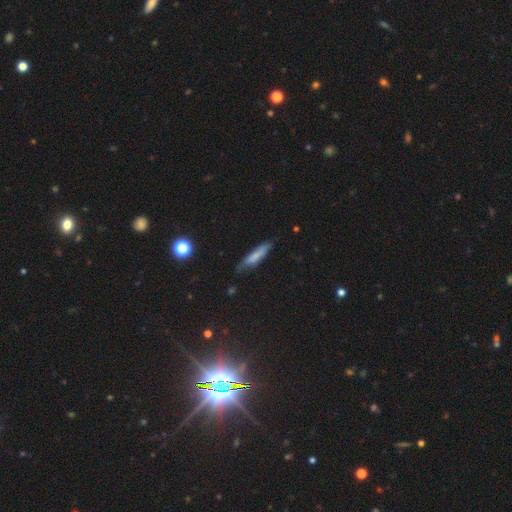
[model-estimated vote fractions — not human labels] The model was most divided on "smooth or featured": smooth: 70%, featured or disk: 22%, star or artifact: 8%. More confident: how rounded — cigar-shaped (83%); merging — none (72%).